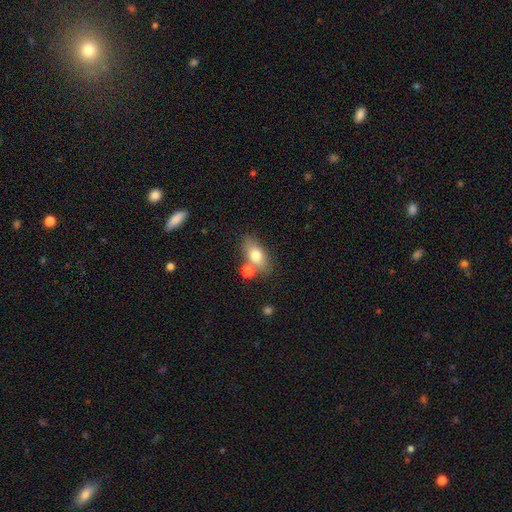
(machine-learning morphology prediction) A smooth galaxy with no disk features (72%) that is in between round and cigar-shaped (82%).

Vote fractions:
- Smooth or featured? smooth: 72% / featured or disk: 19% / star or artifact: 9%
- How rounded? in between: 82% / round: 12% / cigar-shaped: 7%
- Merging? none: 62% / merger: 20% / minor disturbance: 14% / major disturbance: 5%